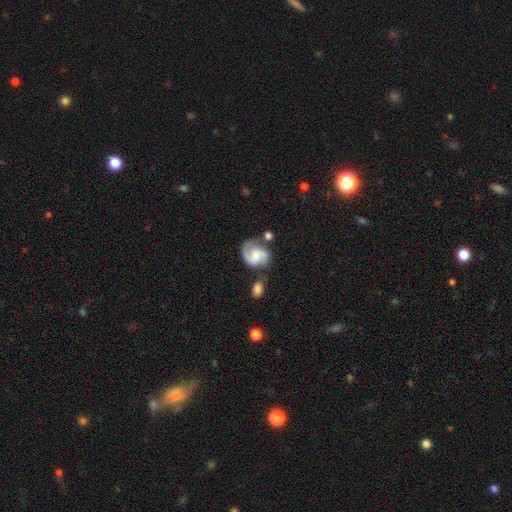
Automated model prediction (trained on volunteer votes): smooth_or_featured: featured or disk (p=0.79) [alt: smooth p=0.15]
disk_edge_on: no (p=0.98) [alt: yes p=0.02]
bar: no (p=0.46) [alt: weak p=0.43]
has_spiral_arms: yes (p=0.95) [alt: no p=0.05]
spiral_winding: medium (p=0.53) [alt: tight p=0.25]
spiral_arm_count: 2 (p=0.88) [alt: can't tell p=0.04]
bulge_size: moderate (p=0.42) [alt: small p=0.28]
merging: none (p=0.55) [alt: merger p=0.19]